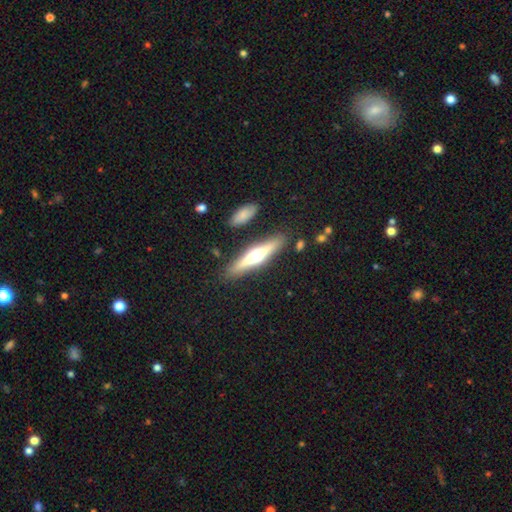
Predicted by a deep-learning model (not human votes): featured or disk 61%, smooth 32%, star or artifact 6%. Down the decision tree: edge-on disk — yes (94%); edge-on bulge — rounded (93%); merging — none (86%).